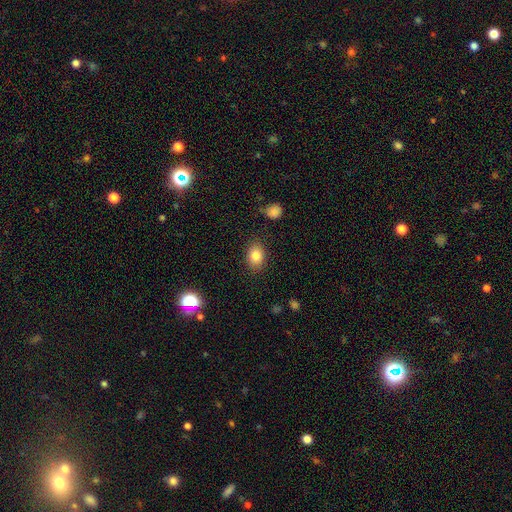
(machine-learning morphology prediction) This is clearly a smooth galaxy (83%). How rounded: likely in between (69%). Merging: clearly none (85%).